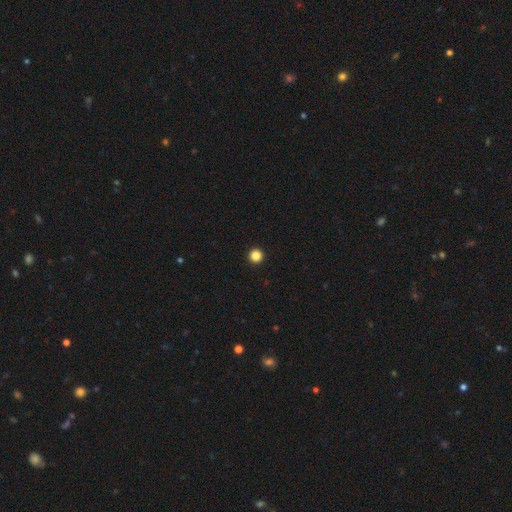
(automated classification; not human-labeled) This appears to be a smooth galaxy with no disk features (86%) that is round (97%). Merging: none (95%).